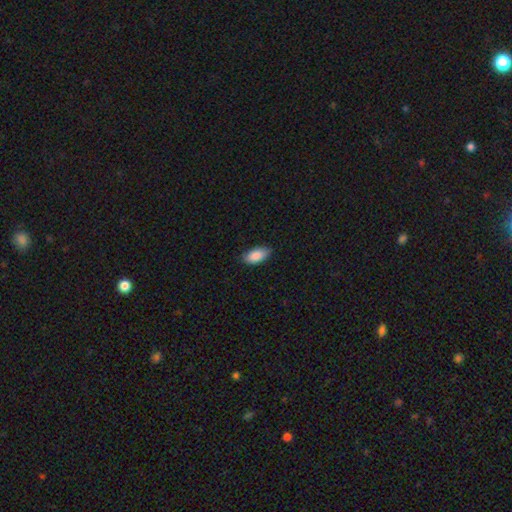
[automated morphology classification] Smooth or featured: smooth — 87% (star or artifact — 6%)
How rounded: in between — 92% (cigar-shaped — 5%)
Merging: none — 83% (minor disturbance — 14%)